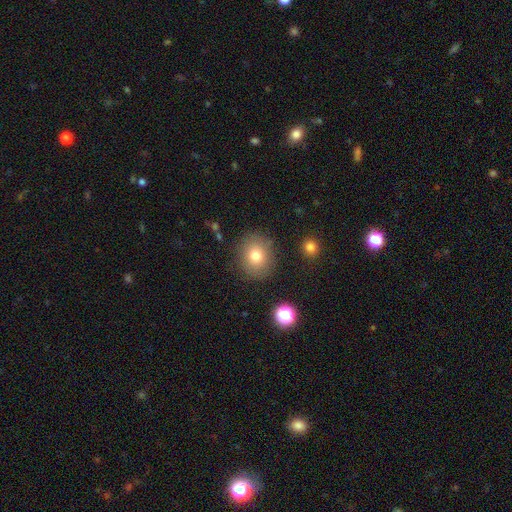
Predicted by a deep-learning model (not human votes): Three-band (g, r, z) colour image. It shows a smooth galaxy with no disk features (76%) that is round (73%). Merging: none (84%).